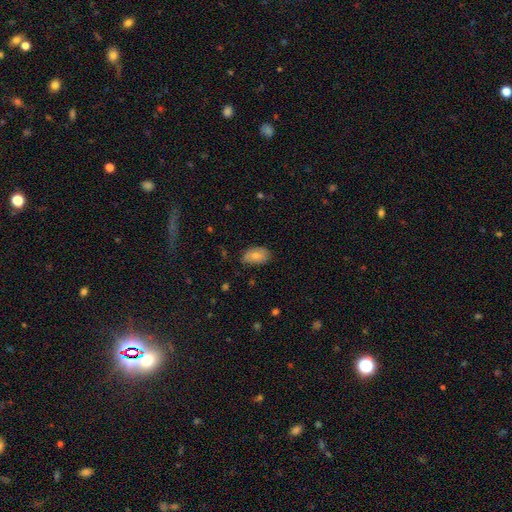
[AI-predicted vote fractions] Overall: smooth (80%). How rounded: in between (93%). Merging: none (70%).